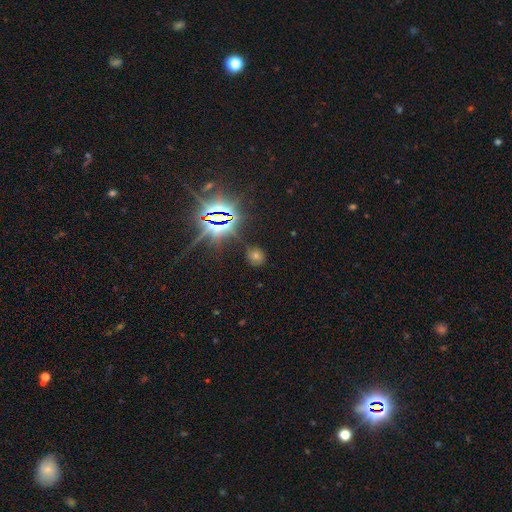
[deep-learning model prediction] Morphology: type=star or artifact (54%).